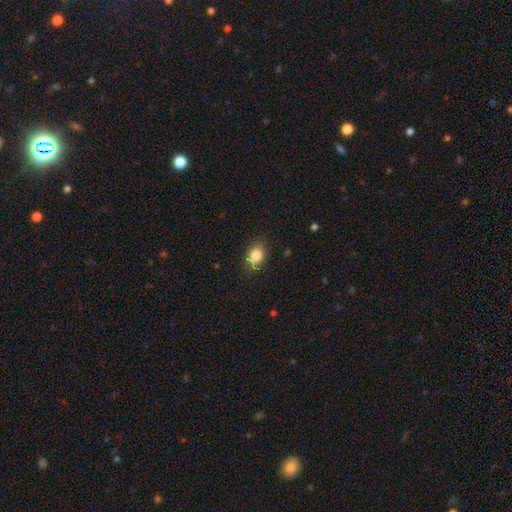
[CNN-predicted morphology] This is clearly a smooth galaxy (85%). How rounded: likely in between (77%). Merging: clearly none (82%).